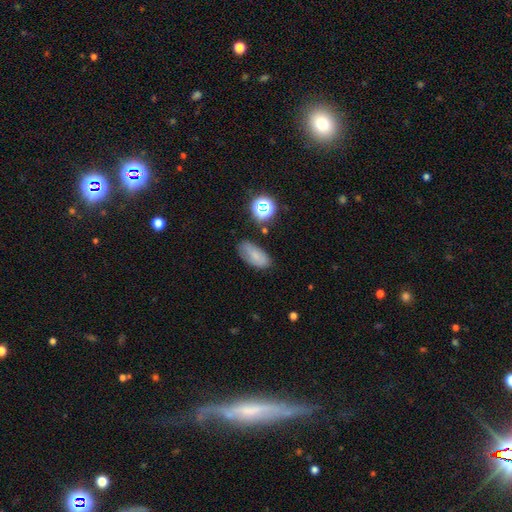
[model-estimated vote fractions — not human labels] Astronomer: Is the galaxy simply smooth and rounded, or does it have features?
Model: smooth — 66%.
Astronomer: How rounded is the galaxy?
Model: in between — 89%.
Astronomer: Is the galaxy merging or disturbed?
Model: none — 71%.